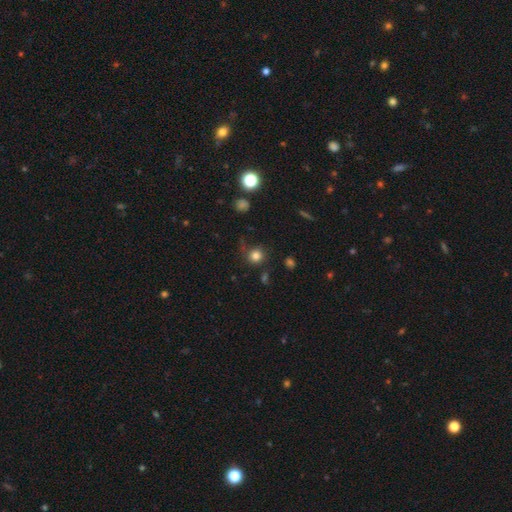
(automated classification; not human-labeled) Morphology: type=smooth (80%); roundness=round (91%); merging=none (71%).